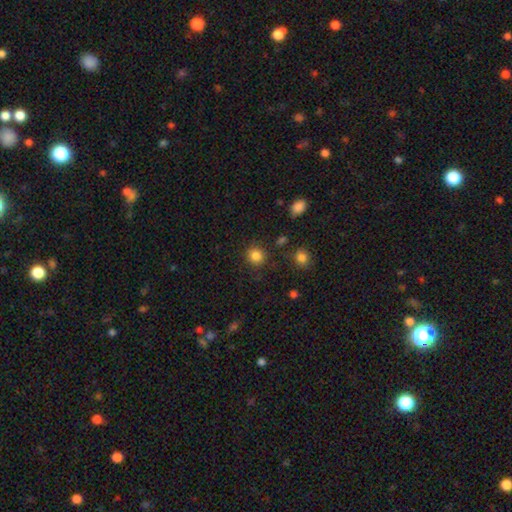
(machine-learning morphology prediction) A smooth galaxy with no disk features (85%) that is round (90%). Merging: none (86%).